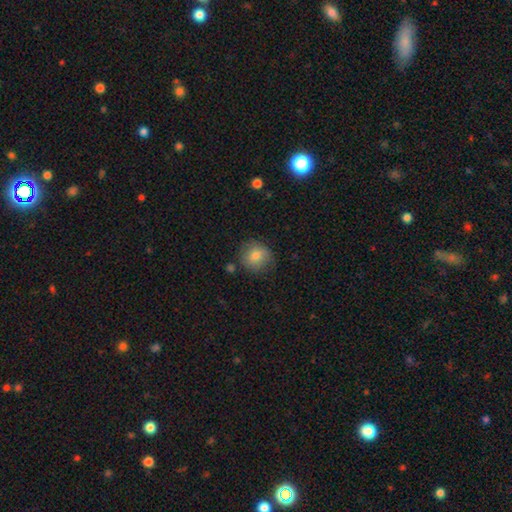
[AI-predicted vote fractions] Smooth or featured? Predicted: smooth (p=0.80). How rounded? Predicted: round (p=0.87). Merging? Predicted: none (p=0.78).